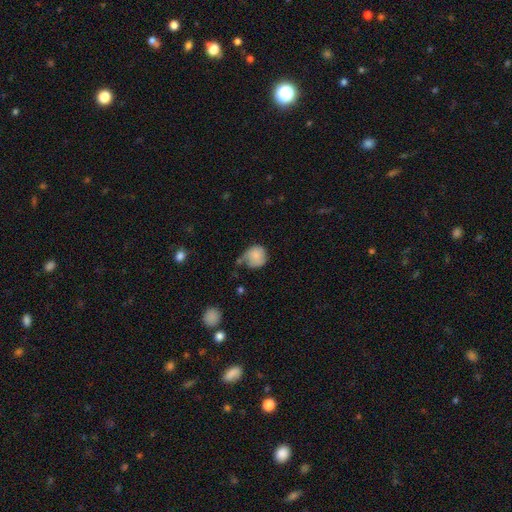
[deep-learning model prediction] Smooth or featured?
  - smooth: 81% *
  - featured or disk: 11%
  - star or artifact: 8%
How rounded?
  - round: 84% *
  - in between: 15%
  - cigar-shaped: 1%
Merging?
  - none: 46% *
  - minor disturbance: 36%
  - major disturbance: 11%
  - merger: 7%